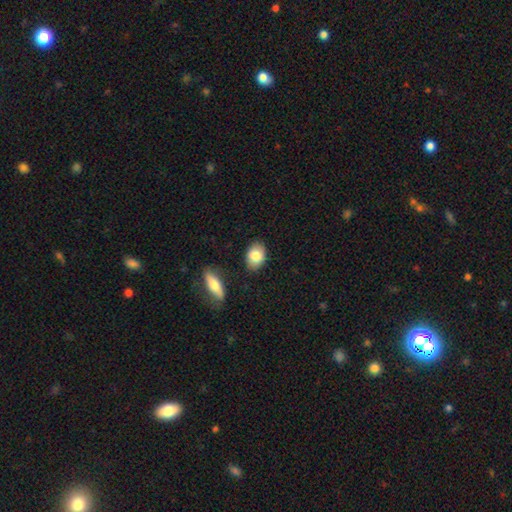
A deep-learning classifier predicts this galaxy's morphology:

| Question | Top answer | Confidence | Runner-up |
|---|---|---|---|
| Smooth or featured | smooth | 82% | featured or disk (11%) |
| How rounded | in between | 79% | round (20%) |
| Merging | none | 85% | minor disturbance (9%) |